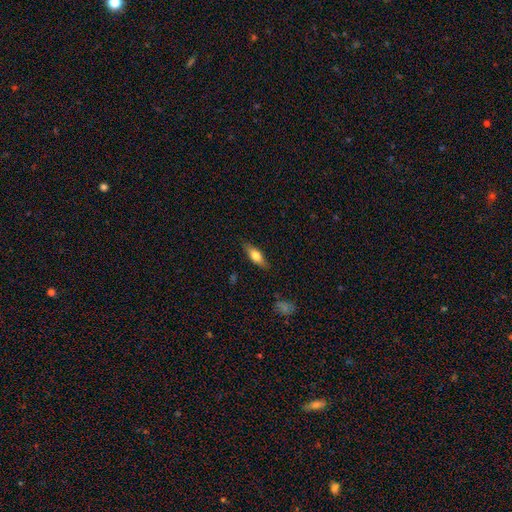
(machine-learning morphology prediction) A smooth galaxy with no disk features (65%) that is in between round and cigar-shaped (64%). Merging: none (83%).